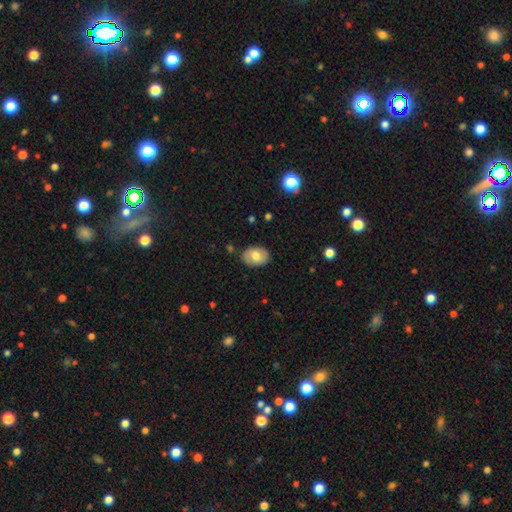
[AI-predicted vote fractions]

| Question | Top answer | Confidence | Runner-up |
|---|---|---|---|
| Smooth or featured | smooth | 67% | featured or disk (26%) |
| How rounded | in between | 78% | round (21%) |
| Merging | none | 83% | minor disturbance (13%) |